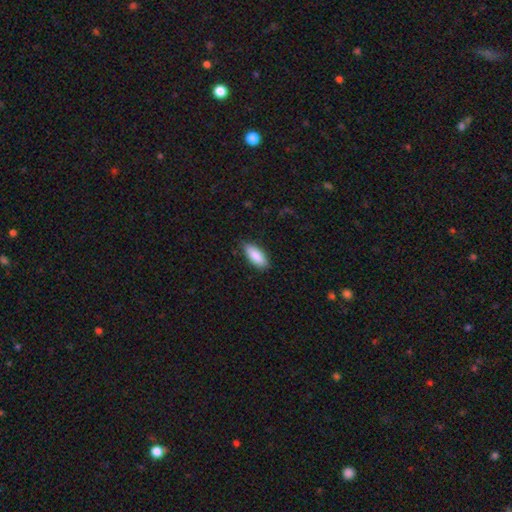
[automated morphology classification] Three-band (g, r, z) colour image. It shows a smooth galaxy with no disk features (87%) that is in between round and cigar-shaped (80%). Merging: none (85%).